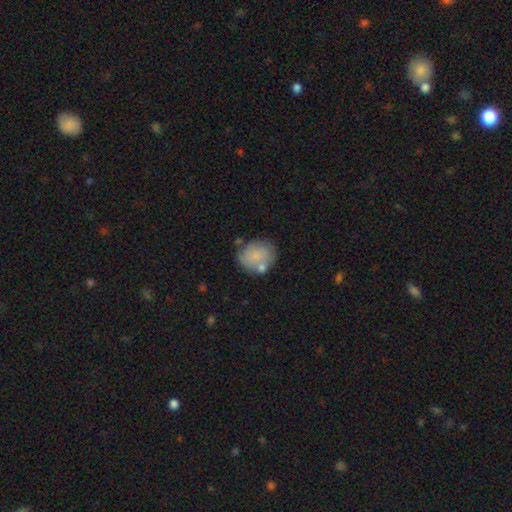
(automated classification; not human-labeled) Smooth or featured?
  - smooth: 75% *
  - featured or disk: 17%
  - star or artifact: 7%
How rounded?
  - round: 61% *
  - in between: 38%
  - cigar-shaped: 1%
Merging?
  - none: 60% *
  - minor disturbance: 19%
  - merger: 14%
  - major disturbance: 6%